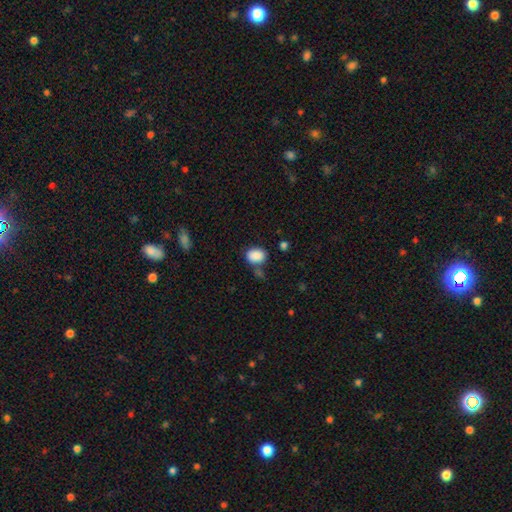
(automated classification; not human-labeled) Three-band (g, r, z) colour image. It shows a smooth galaxy with no disk features (88%) that is in between round and cigar-shaped (71%). Merging: none (65%).